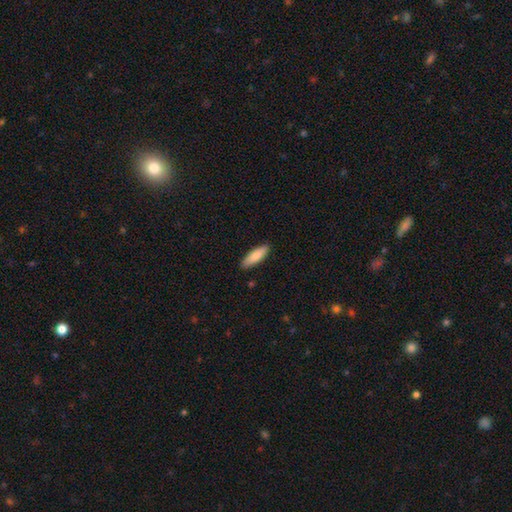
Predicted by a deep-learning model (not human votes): Smooth or featured: smooth — 83% (featured or disk — 12%)
How rounded: cigar-shaped — 51% (in between — 47%)
Merging: none — 88% (minor disturbance — 9%)